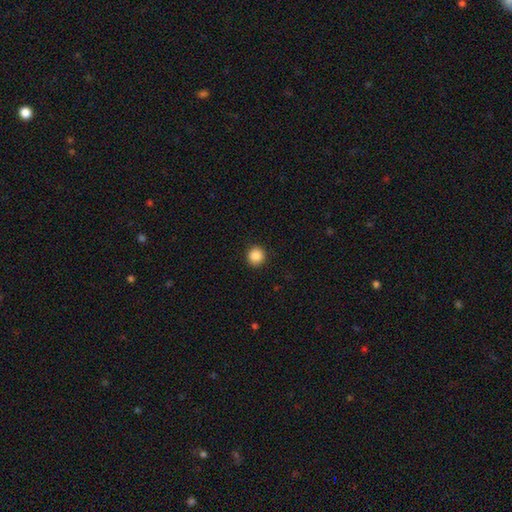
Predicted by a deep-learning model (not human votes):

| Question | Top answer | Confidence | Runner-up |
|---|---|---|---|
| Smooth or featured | smooth | 88% | star or artifact (9%) |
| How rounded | round | 94% | in between (5%) |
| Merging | none | 92% | minor disturbance (6%) |